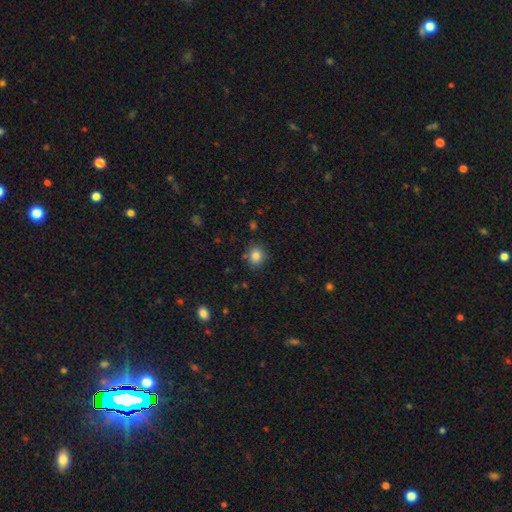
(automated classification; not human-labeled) Smooth or featured: smooth — 84% (star or artifact — 11%)
How rounded: round — 81% (in between — 18%)
Merging: none — 84% (minor disturbance — 10%)